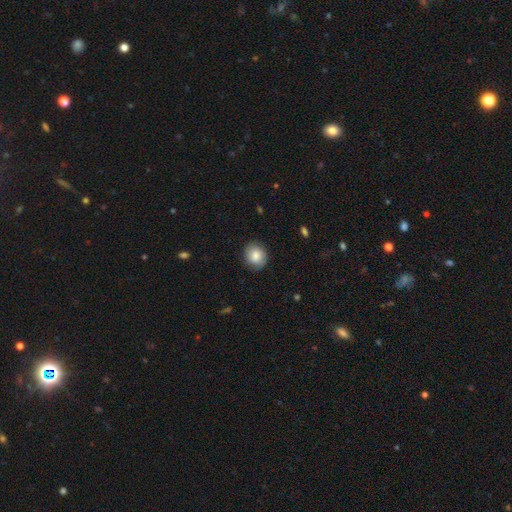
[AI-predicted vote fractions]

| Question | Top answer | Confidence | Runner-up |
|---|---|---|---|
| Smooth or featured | smooth | 83% | featured or disk (10%) |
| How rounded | round | 81% | in between (18%) |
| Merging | none | 85% | minor disturbance (12%) |